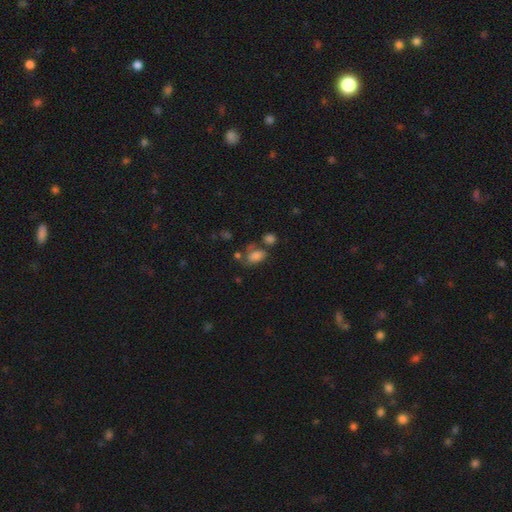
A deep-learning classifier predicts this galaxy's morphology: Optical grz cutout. It shows a smooth galaxy with no disk features (72%) that is in between round and cigar-shaped (83%). Merging: none (38%).